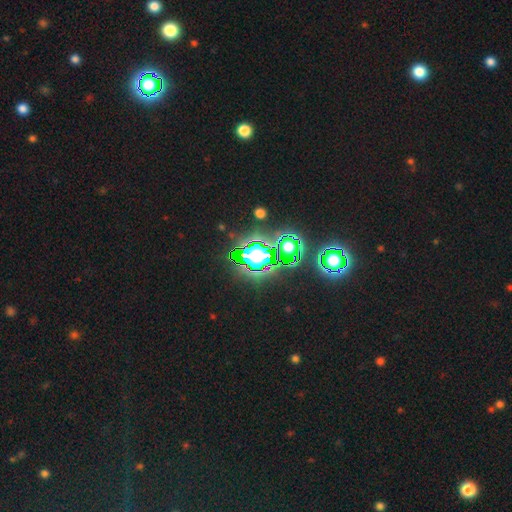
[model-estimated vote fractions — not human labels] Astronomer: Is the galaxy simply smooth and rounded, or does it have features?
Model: star or artifact — 74%.